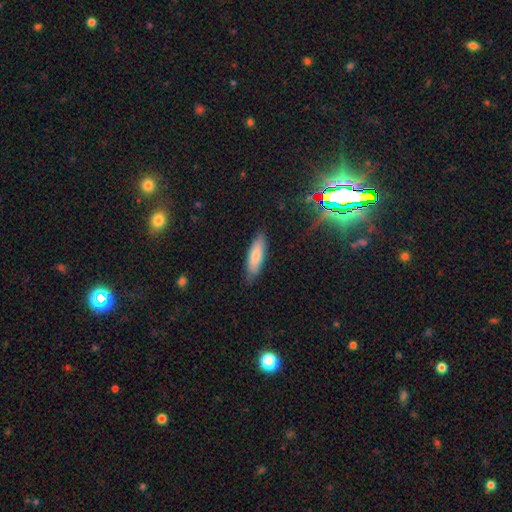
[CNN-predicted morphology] A smooth galaxy with no disk features (78%) that is cigar-shaped (52%).

Vote fractions:
- Smooth or featured? smooth: 78% / featured or disk: 16% / star or artifact: 6%
- How rounded? cigar-shaped: 52% / in between: 46% / round: 2%
- Merging? none: 85% / minor disturbance: 12% / major disturbance: 2% / merger: 1%